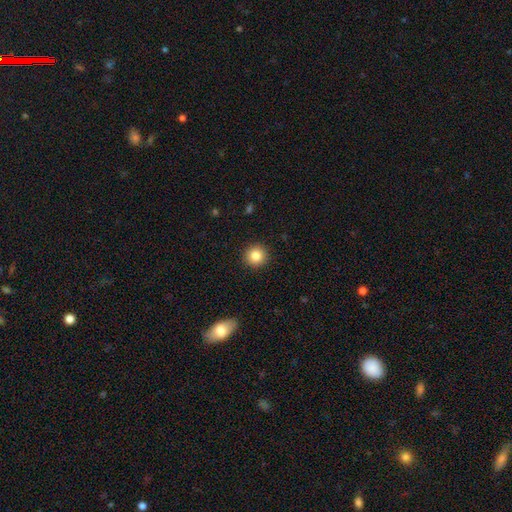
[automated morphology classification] smooth_or_featured: smooth (p=0.85) [alt: star or artifact p=0.10]
how_rounded: round (p=0.94) [alt: in between p=0.05]
merging: none (p=0.92) [alt: minor disturbance p=0.05]